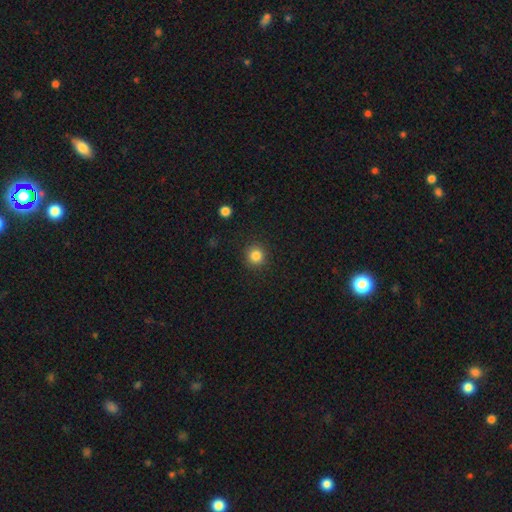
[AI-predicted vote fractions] Smooth or featured: smooth — 84% (star or artifact — 11%)
How rounded: round — 94% (in between — 6%)
Merging: none — 91% (minor disturbance — 6%)